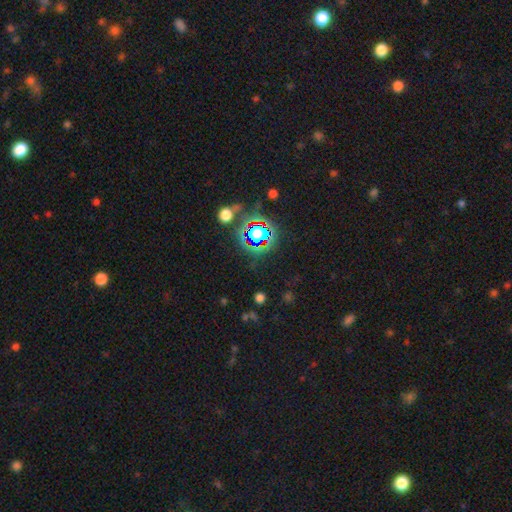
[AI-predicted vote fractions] The model was most divided on "smooth or featured": star or artifact: 77%, smooth: 15%, featured or disk: 8%.